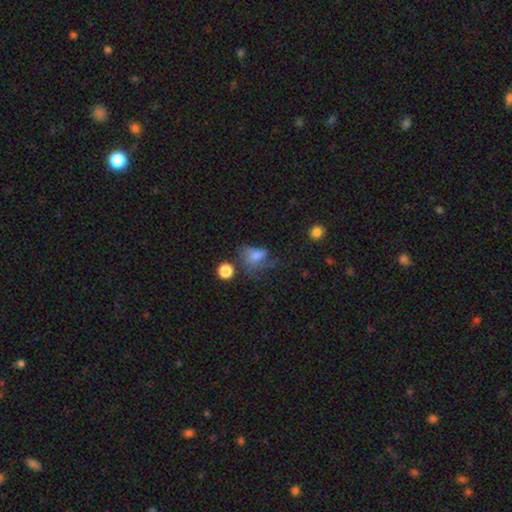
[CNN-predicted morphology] This is likely a smooth galaxy (61%). How rounded: likely in between (62%). Merging: marginally major disturbance (37%).